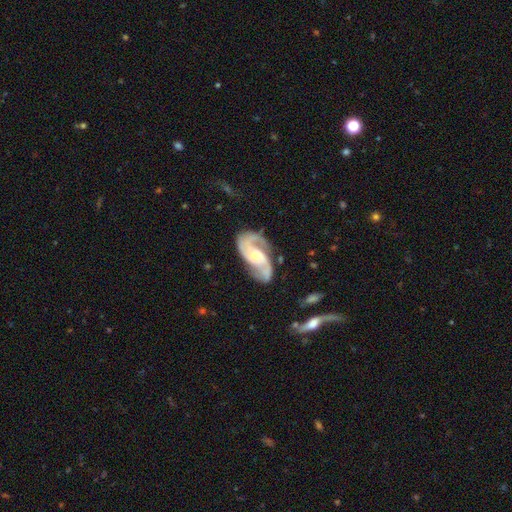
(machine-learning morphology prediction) A featured or disk galaxy (89%) with no bar (46%), 2 (83%) medium (52%) spiral arms (97%) and a moderate central bulge (53%).

Vote fractions:
- Smooth or featured? featured or disk: 89% / smooth: 7% / star or artifact: 5%
- Edge-on disk? no: 97% / yes: 3%
- Bar? no: 46% / weak: 39% / strong: 15%
- Spiral arms? yes: 97% / no: 3%
- Spiral winding? medium: 52% / tight: 25% / loose: 23%
- Spiral arm count? 2: 83% / 3: 7% / can't tell: 5% / 1: 2% / 4: 2% / more than 4: 1%
- Bulge size? moderate: 53% / small: 39% / large: 4% / none: 2% / dominant: 1%
- Merging? none: 70% / minor disturbance: 19% / major disturbance: 9% / merger: 2%